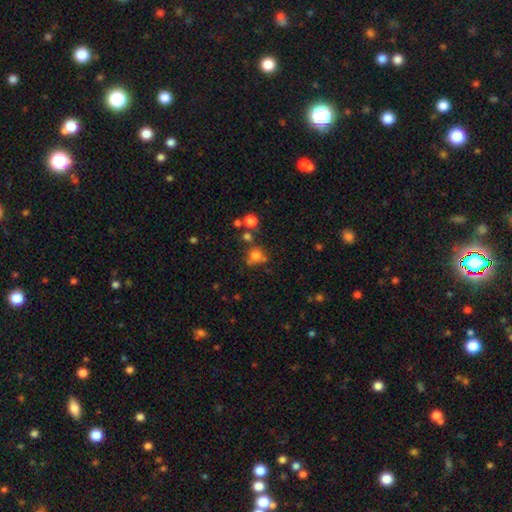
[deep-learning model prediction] Smooth or featured? Predicted: smooth (p=0.73). How rounded? Predicted: round (p=0.84). Merging? Predicted: none (p=0.59).